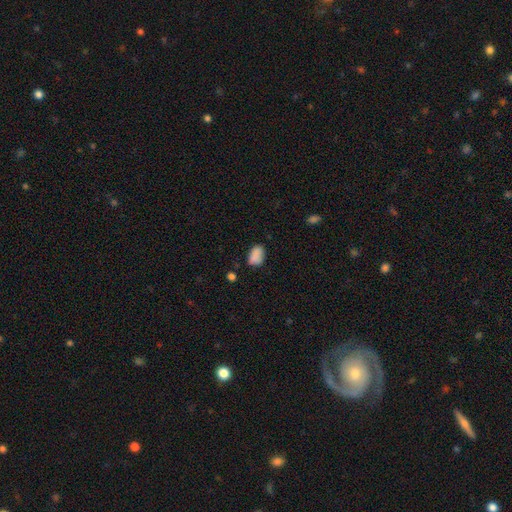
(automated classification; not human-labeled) Morphology: type=smooth (86%); roundness=in between (87%); merging=none (69%).